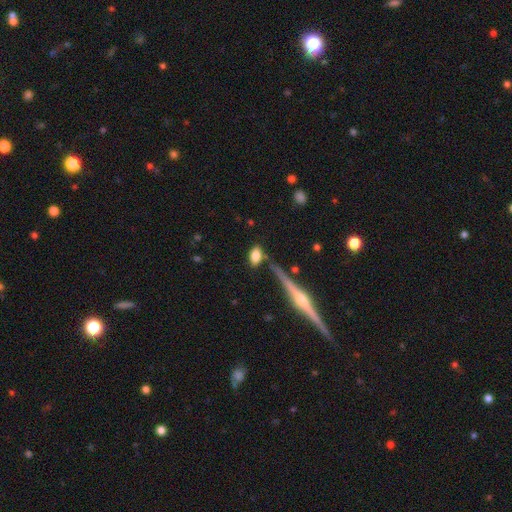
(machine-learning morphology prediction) Smooth or featured? smooth (80%)
How rounded? in between (87%)
Merging? none (73%)